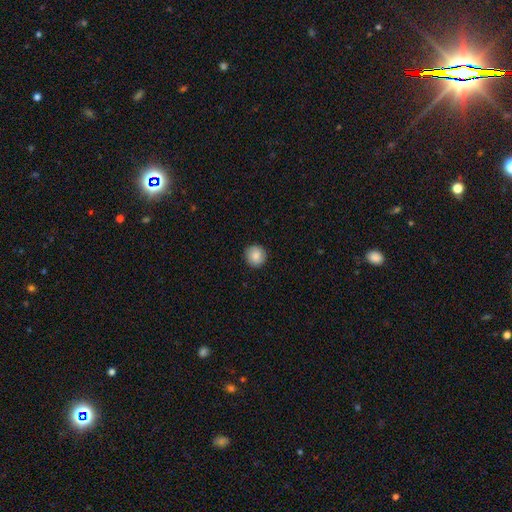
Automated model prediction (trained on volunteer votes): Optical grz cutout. It shows a smooth galaxy with no disk features (84%) that is round (94%). Merging: none (90%).